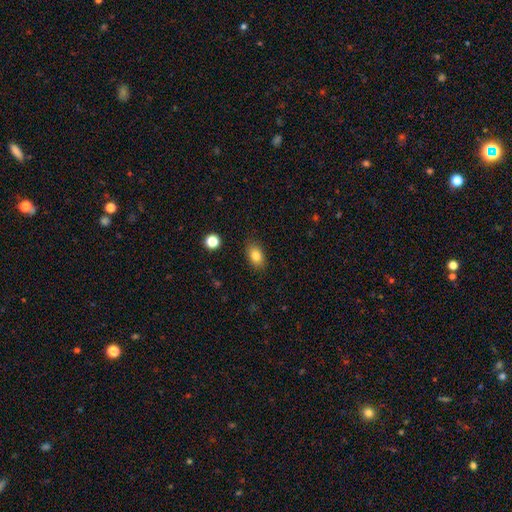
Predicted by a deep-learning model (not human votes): Smooth or featured? smooth (83%)
How rounded? in between (84%)
Merging? none (85%)